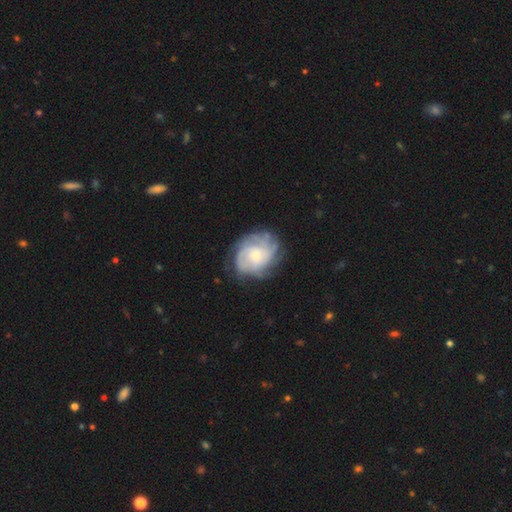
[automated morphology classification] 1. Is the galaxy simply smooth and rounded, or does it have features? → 71% featured or disk, 22% smooth, 7% star or artifact.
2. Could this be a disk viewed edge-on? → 97% no, 3% yes.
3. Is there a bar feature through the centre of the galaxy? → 76% no, 21% weak, 3% strong.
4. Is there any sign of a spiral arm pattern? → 88% yes, 12% no.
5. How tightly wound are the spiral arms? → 59% tight, 30% medium, 11% loose.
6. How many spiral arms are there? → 47% can't tell, 15% 3, 14% 4, 12% 2, 7% more than 4, 5% 1.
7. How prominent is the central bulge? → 58% small, 34% moderate, 4% large, 3% none, 1% dominant.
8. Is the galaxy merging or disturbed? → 68% none, 21% minor disturbance, 10% major disturbance, 2% merger.